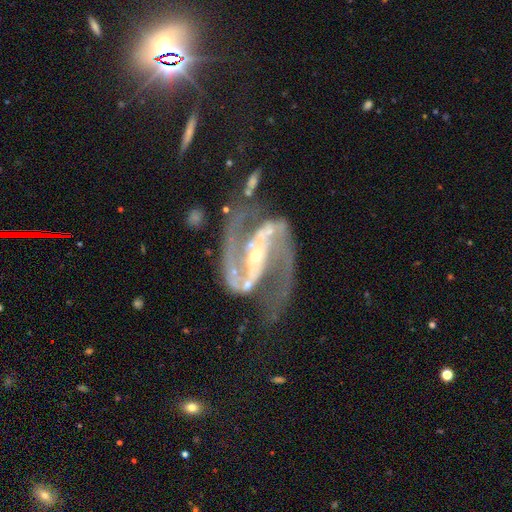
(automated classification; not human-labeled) Morphology: type=featured or disk (93%); edge-on=no (97%); bar=strong (71%); spiral arms=yes (98%); winding=medium (62%); arm count=2 (94%); bulge=small (72%); merging=none (63%).